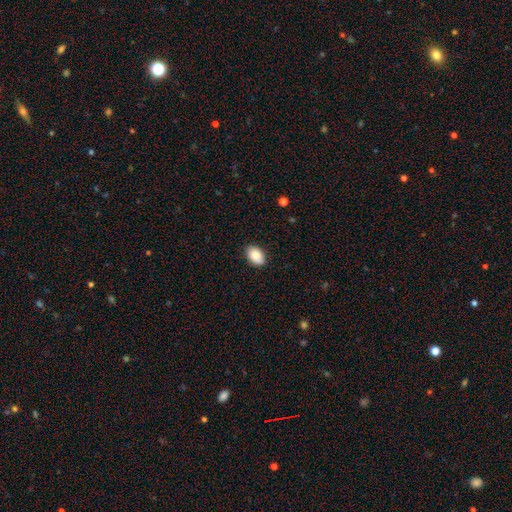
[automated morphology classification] A smooth galaxy with no disk features (89%) that is in between round and cigar-shaped (87%).

Vote fractions:
- Smooth or featured? smooth: 89% / star or artifact: 7% / featured or disk: 4%
- How rounded? in between: 87% / round: 12% / cigar-shaped: 1%
- Merging? none: 87% / minor disturbance: 10% / major disturbance: 2% / merger: 1%